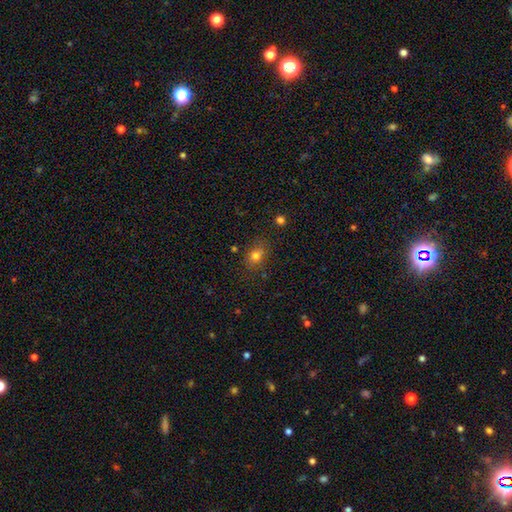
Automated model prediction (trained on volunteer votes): Smooth or featured: smooth — 77% (star or artifact — 14%)
How rounded: in between — 56% (round — 43%)
Merging: none — 75% (minor disturbance — 16%)